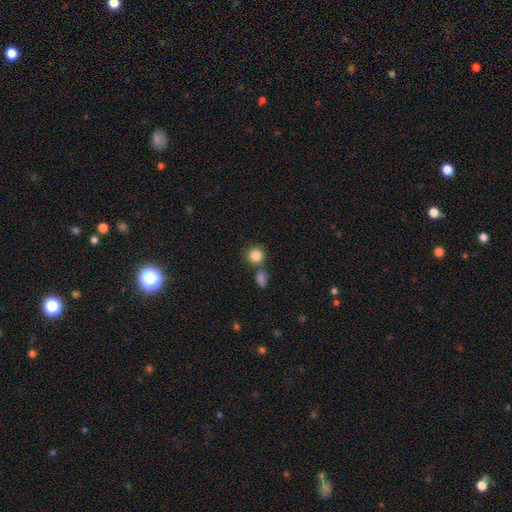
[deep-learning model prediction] A smooth galaxy with no disk features (85%) that is round (90%).

Vote fractions:
- Smooth or featured? smooth: 85% / star or artifact: 10% / featured or disk: 5%
- How rounded? round: 90% / in between: 9% / cigar-shaped: 1%
- Merging? none: 66% / merger: 20% / minor disturbance: 10% / major disturbance: 4%